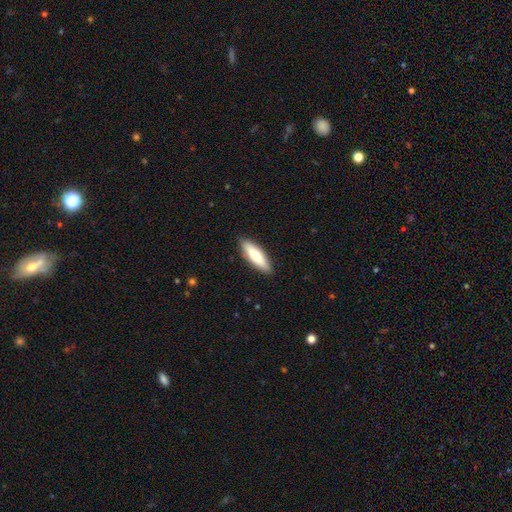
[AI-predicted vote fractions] smooth 76%, featured or disk 19%, star or artifact 5%. Down the decision tree: how rounded — cigar-shaped (57%); merging — none (89%).